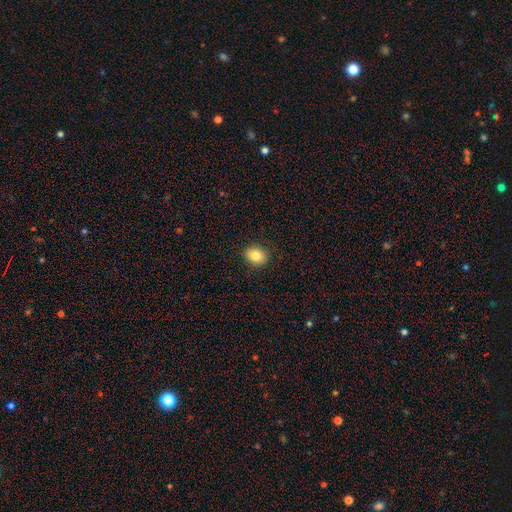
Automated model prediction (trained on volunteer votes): smooth_or_featured: smooth (p=0.81) [alt: star or artifact p=0.10]
how_rounded: round (p=0.56) [alt: in between p=0.43]
merging: none (p=0.89) [alt: minor disturbance p=0.08]